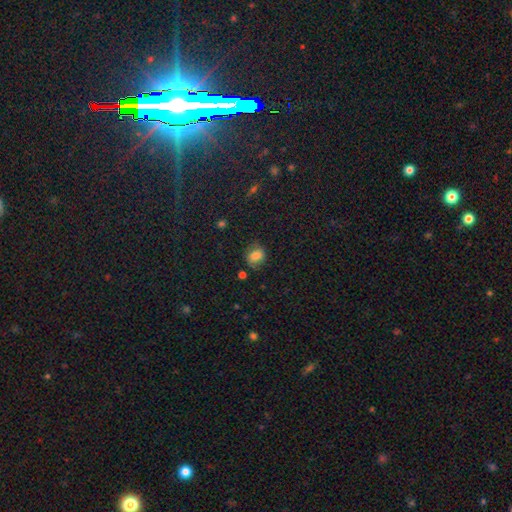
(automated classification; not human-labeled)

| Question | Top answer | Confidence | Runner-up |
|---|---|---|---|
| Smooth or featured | smooth | 77% | star or artifact (12%) |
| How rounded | round | 58% | in between (41%) |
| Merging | none | 72% | minor disturbance (20%) |